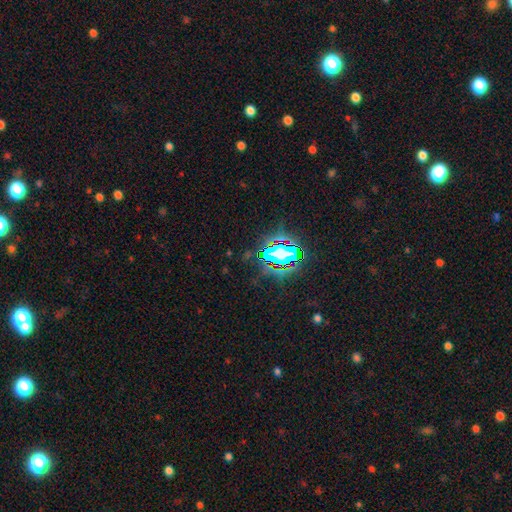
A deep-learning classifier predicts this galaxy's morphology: Q: Smooth or featured?
A: star or artifact (78%); runner-up: smooth (13%)